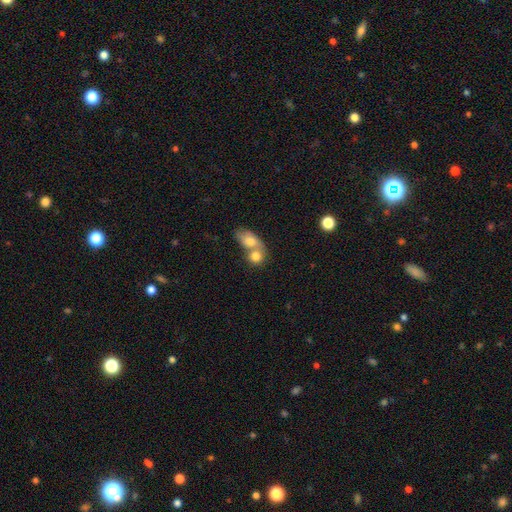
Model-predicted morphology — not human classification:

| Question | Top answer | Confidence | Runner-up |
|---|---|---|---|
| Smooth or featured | smooth | 76% | featured or disk (16%) |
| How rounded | round | 53% | in between (44%) |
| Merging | merger | 66% | none (25%) |